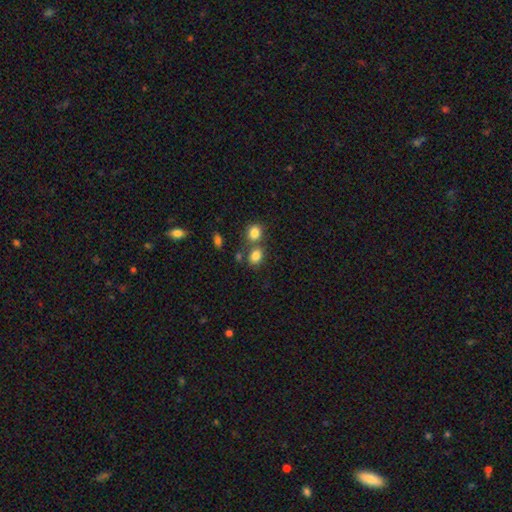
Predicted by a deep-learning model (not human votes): Smooth or featured? Predicted: smooth (p=0.82). How rounded? Predicted: in between (p=0.57). Merging? Predicted: none (p=0.54).